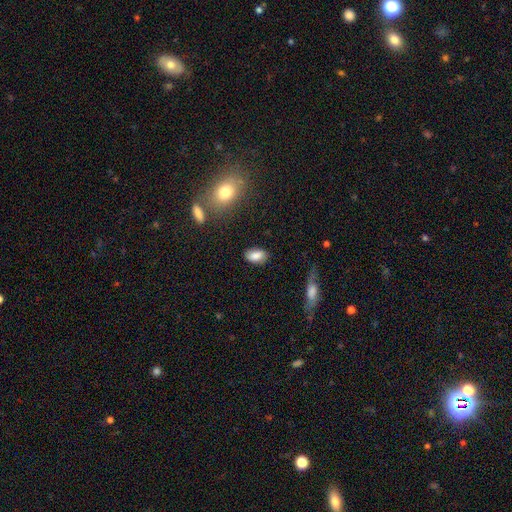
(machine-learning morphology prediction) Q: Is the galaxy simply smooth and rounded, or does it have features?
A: smooth — 84%.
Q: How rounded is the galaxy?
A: in between — 91%.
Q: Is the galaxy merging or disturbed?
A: none — 83%.